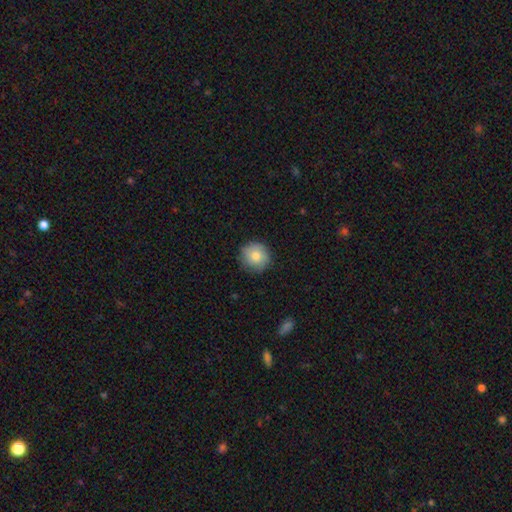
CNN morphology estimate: Smooth or featured?
  - smooth: 80% *
  - featured or disk: 12%
  - star or artifact: 7%
How rounded?
  - round: 92% *
  - in between: 7%
  - cigar-shaped: 1%
Merging?
  - none: 85% *
  - minor disturbance: 12%
  - major disturbance: 2%
  - merger: 1%